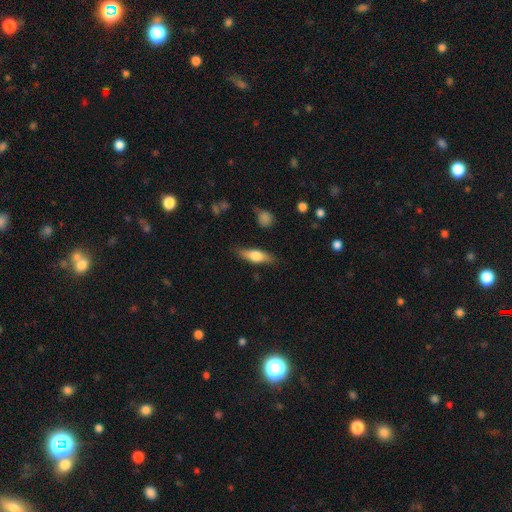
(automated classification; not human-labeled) A smooth galaxy with no disk features (58%) that is in between round and cigar-shaped (50%). Merging: none (82%).